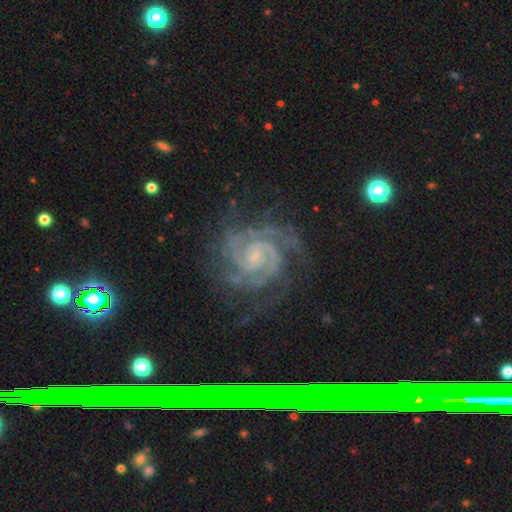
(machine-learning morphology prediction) Smooth or featured? Predicted: featured or disk (p=0.92). Edge-on disk? Predicted: no (p=0.98). Bar? Predicted: no (p=0.45). Spiral arms? Predicted: yes (p=0.99). Spiral winding? Predicted: tight (p=0.71). Spiral arm count? Predicted: 2 (p=0.49). Bulge size? Predicted: small (p=0.76). Merging? Predicted: none (p=0.73).